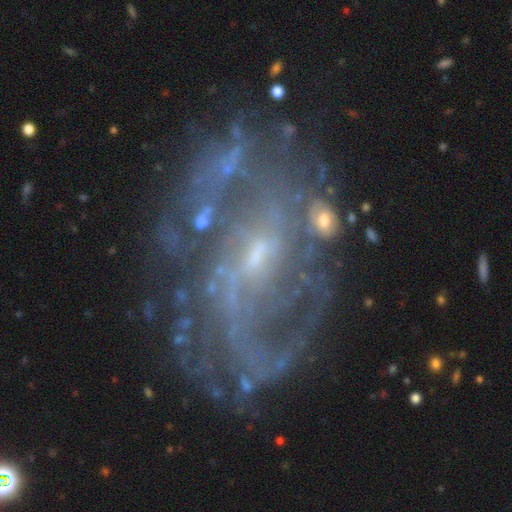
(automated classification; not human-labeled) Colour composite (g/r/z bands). It shows a featured or disk galaxy (81%) with a weak bar (43%), 2 (36%) medium (42%) spiral arms (86%) and a small central bulge (76%). Merging: none (67%).